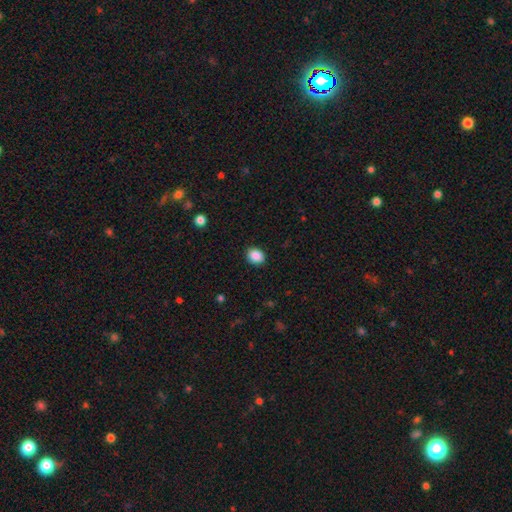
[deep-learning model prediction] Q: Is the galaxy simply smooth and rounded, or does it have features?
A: smooth — 88%.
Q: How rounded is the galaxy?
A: round — 54%.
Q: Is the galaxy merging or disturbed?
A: none — 90%.